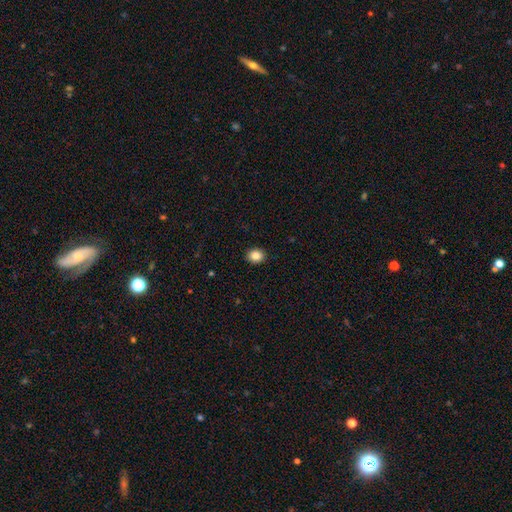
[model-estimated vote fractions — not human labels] smooth_or_featured: smooth (p=0.85) [alt: star or artifact p=0.10]
how_rounded: round (p=0.64) [alt: in between p=0.35]
merging: none (p=0.92) [alt: minor disturbance p=0.06]